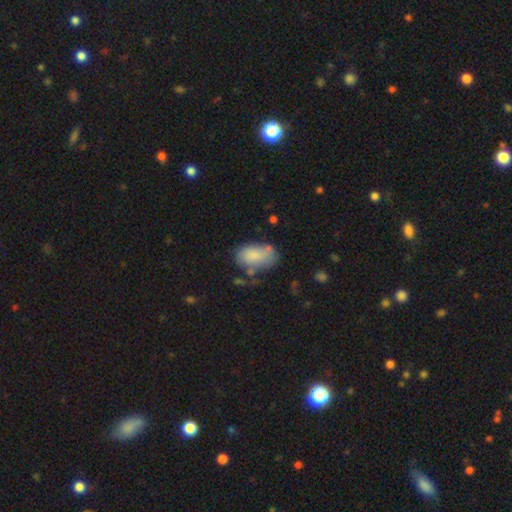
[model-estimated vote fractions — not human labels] Morphology: type=smooth (80%); roundness=in between (91%); merging=none (51%).